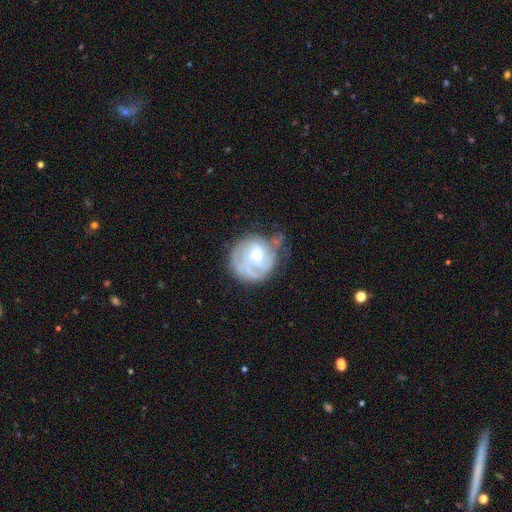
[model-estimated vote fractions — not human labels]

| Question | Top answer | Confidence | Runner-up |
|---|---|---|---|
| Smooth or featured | featured or disk | 65% | smooth (28%) |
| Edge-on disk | no | 98% | yes (2%) |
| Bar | no | 61% | weak (33%) |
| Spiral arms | yes | 67% | no (33%) |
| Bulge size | moderate | 47% | small (37%) |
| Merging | none | 44% | minor disturbance (29%) |